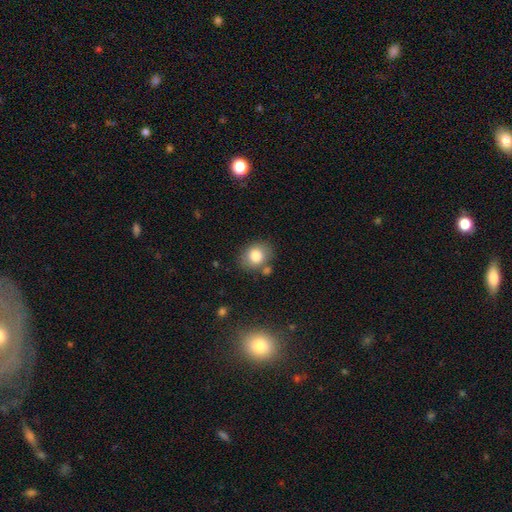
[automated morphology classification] Q: Smooth or featured?
A: smooth (80%); runner-up: featured or disk (10%)
Q: How rounded?
A: round (54%); runner-up: in between (45%)
Q: Merging?
A: none (74%); runner-up: minor disturbance (14%)